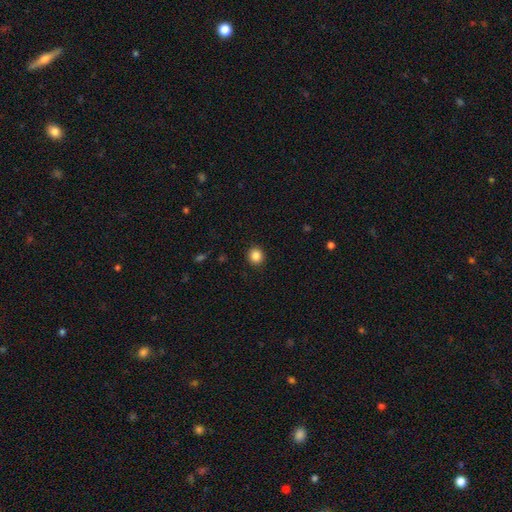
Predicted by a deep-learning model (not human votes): smooth-or-featured: smooth: 86% | star or artifact: 10% | featured or disk: 4%
  how-rounded: round: 88% | in between: 11% | cigar-shaped: 1%
  merging: none: 92% | minor disturbance: 5% | major disturbance: 2% | merger: 1%